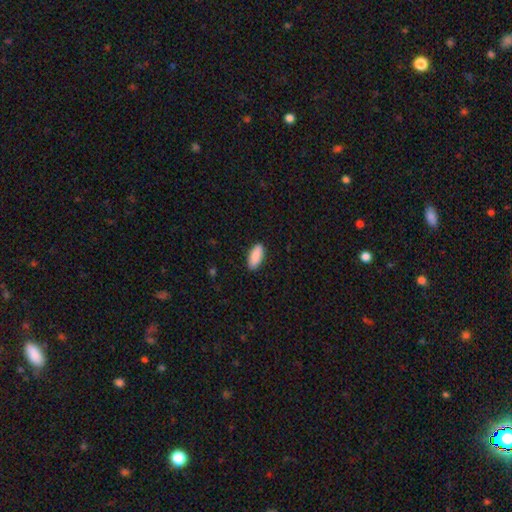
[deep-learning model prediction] Morphology: type=smooth (90%); roundness=in between (85%); merging=none (90%).